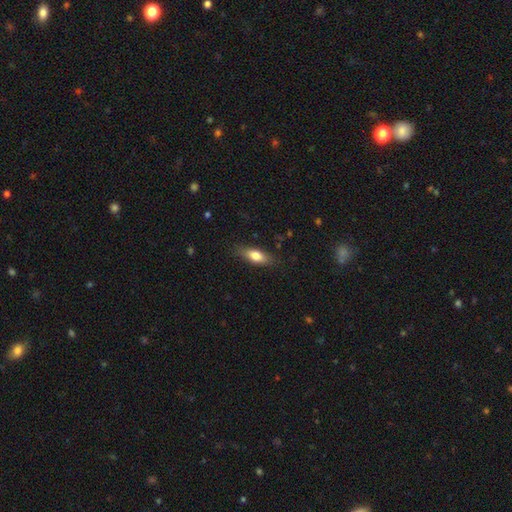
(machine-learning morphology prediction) A smooth galaxy with no disk features (73%) that is in between round and cigar-shaped (68%). Merging: none (83%).